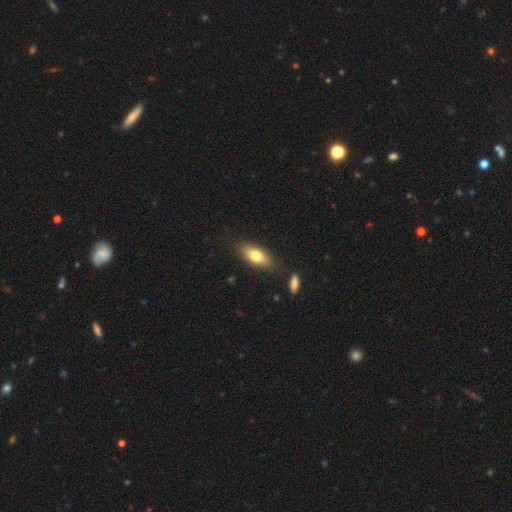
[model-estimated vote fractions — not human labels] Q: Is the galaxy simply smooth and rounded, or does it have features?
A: smooth — 77%.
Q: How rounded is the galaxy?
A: in between — 83%.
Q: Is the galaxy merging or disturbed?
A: none — 80%.